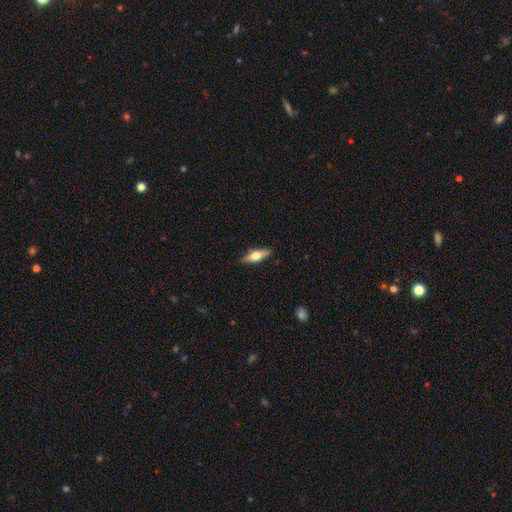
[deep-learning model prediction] This is possibly a smooth galaxy (52%). How rounded: possibly in between (53%). Merging: clearly none (88%).